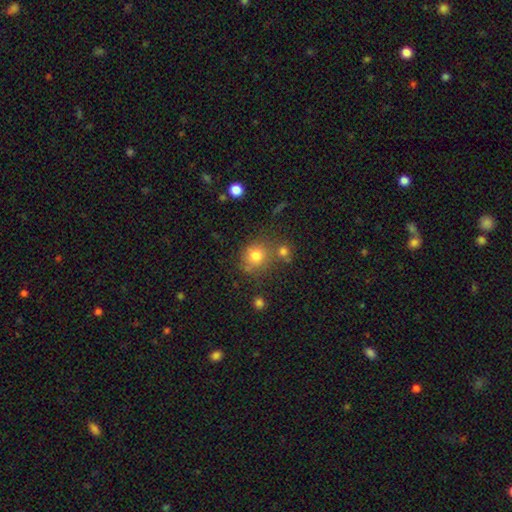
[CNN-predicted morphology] A smooth galaxy with no disk features (78%) that is round (85%). Merging: none (66%).